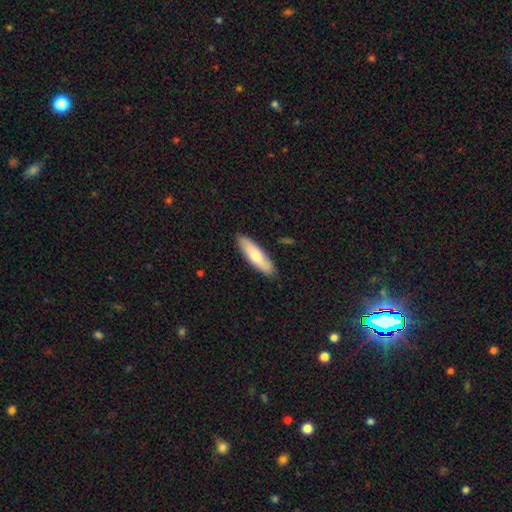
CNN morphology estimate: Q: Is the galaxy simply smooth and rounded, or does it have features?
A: smooth — 73%.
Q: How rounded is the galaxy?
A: cigar-shaped — 63%.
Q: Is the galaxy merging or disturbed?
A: none — 88%.